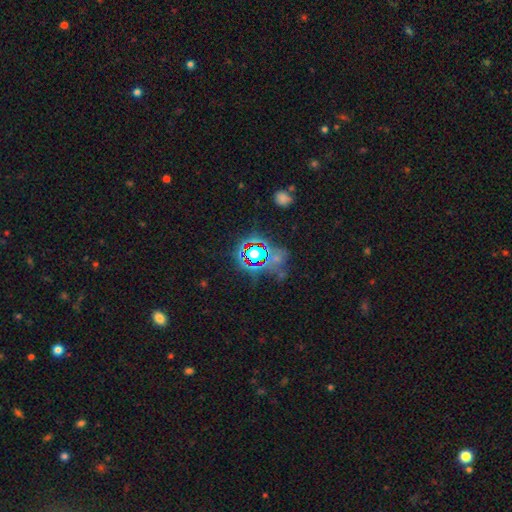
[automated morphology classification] Smooth or featured?
  - star or artifact: 77% *
  - smooth: 13%
  - featured or disk: 11%